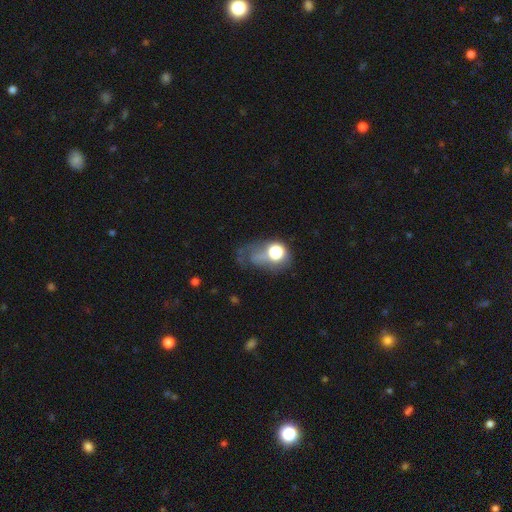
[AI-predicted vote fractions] A smooth galaxy with no disk features (49%).

Vote fractions:
- Smooth or featured? smooth: 49% / featured or disk: 30% / star or artifact: 22%
- Merging? major disturbance: 45% / none: 28% / minor disturbance: 19% / merger: 8%